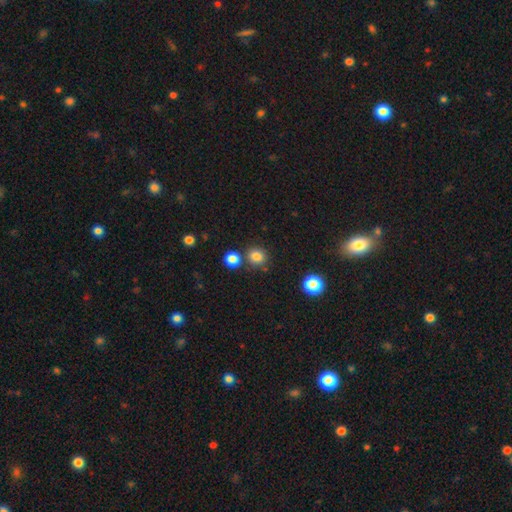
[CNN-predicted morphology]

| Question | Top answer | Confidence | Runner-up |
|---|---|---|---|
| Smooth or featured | smooth | 82% | star or artifact (13%) |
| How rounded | round | 87% | in between (12%) |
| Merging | none | 76% | merger (13%) |